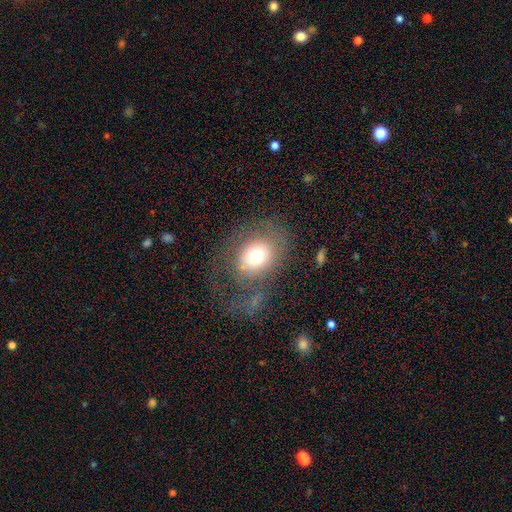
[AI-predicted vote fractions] Smooth or featured: smooth — 65% (featured or disk — 23%)
How rounded: in between — 50% (round — 49%)
Merging: none — 43% (major disturbance — 34%)